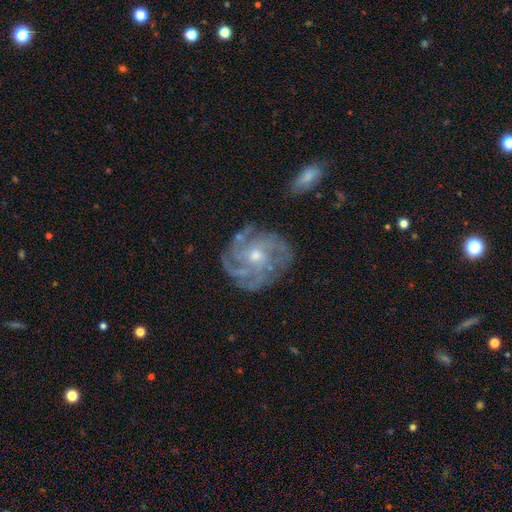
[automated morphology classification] type=featured or disk (84%); edge-on=no (97%); bar=no (70%); spiral arms=yes (95%); winding=tight (53%); arm count=4 (30%); bulge=moderate (48%); merging=none (75%).